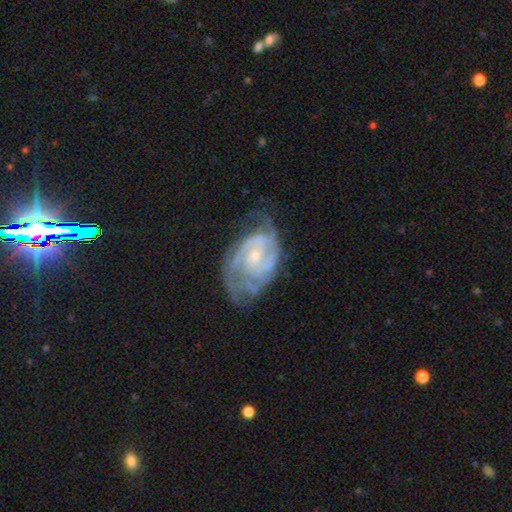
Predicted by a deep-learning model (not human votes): The model was most divided on "spiral winding": tight: 56%, medium: 36%, loose: 8%. Remaining: edge-on disk — no (97%); spiral arms — yes (96%); smooth or featured — featured or disk (88%); bulge size — small (71%); bar — no (66%); merging — none (54%); spiral arm count — 2 (41%).